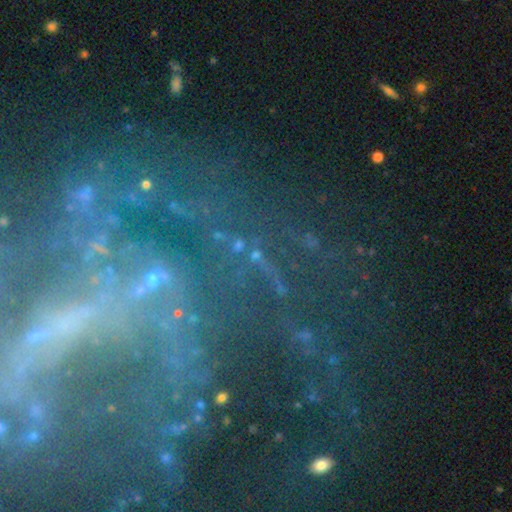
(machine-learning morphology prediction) Smooth or featured: star or artifact — 68% (featured or disk — 16%)